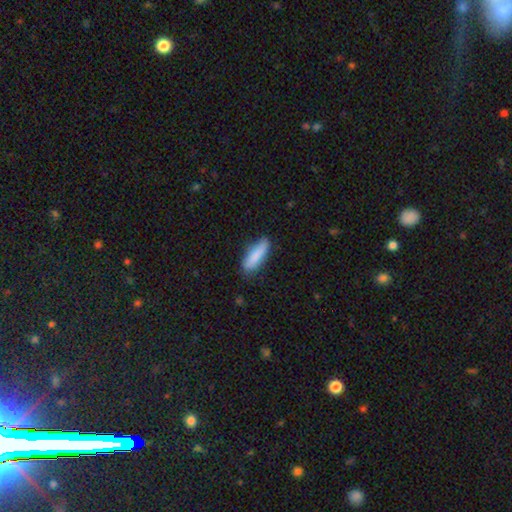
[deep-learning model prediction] smooth 84%, featured or disk 10%, star or artifact 6%. Down the decision tree: how rounded — cigar-shaped (59%); merging — none (76%).